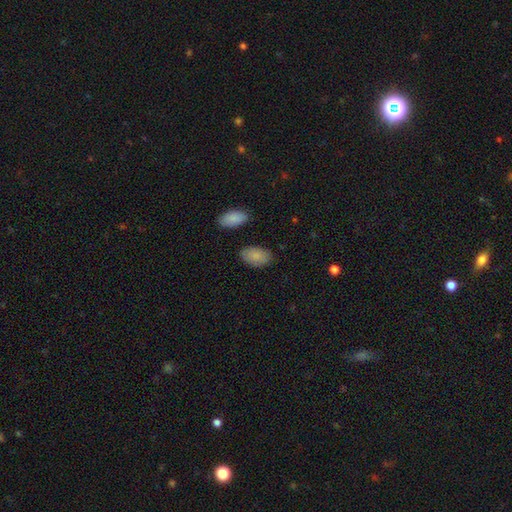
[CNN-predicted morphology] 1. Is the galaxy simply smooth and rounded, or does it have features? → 88% smooth, 6% star or artifact, 6% featured or disk.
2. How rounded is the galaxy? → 94% in between, 5% round, 1% cigar-shaped.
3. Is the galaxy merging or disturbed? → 83% none, 12% minor disturbance, 3% major disturbance, 2% merger.